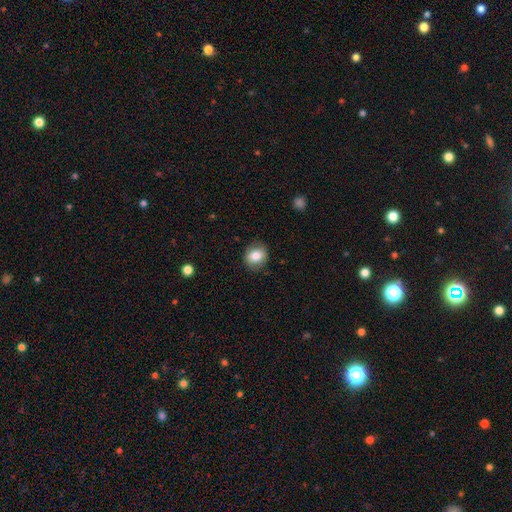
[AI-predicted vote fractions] Smooth or featured?
  - smooth: 79% *
  - featured or disk: 12%
  - star or artifact: 9%
How rounded?
  - round: 71% *
  - in between: 28%
  - cigar-shaped: 1%
Merging?
  - none: 85% *
  - minor disturbance: 11%
  - major disturbance: 3%
  - merger: 1%